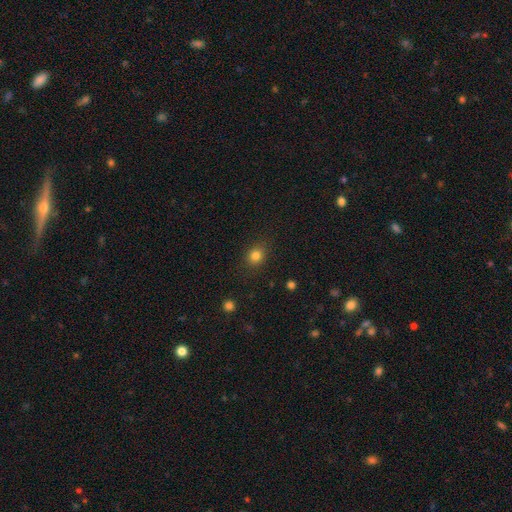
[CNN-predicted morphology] type=smooth (82%); roundness=round (72%); merging=none (86%).